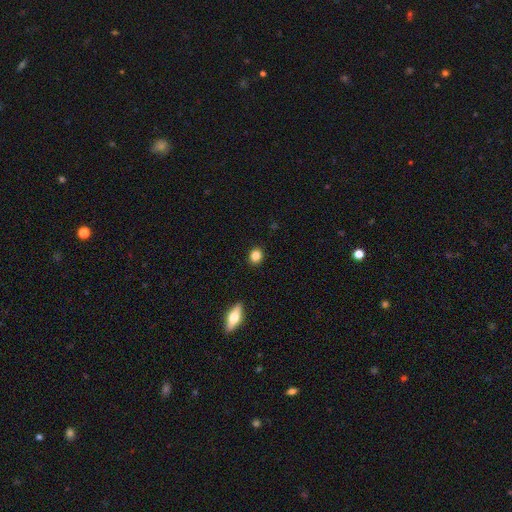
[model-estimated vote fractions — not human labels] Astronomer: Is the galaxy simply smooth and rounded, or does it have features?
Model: smooth — 85%.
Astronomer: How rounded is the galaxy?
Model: round — 77%.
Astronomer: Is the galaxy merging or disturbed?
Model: none — 90%.